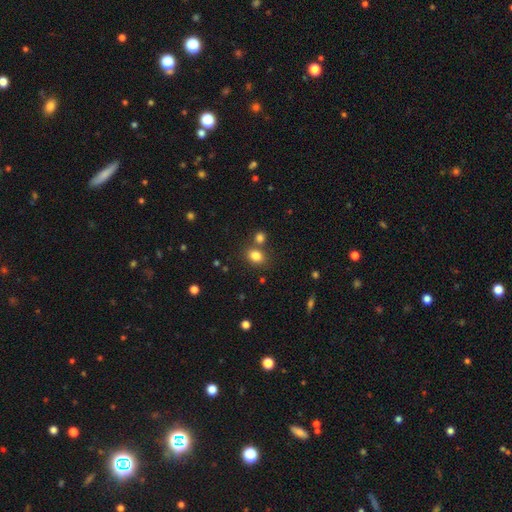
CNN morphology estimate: This is clearly a smooth galaxy (82%). How rounded: possibly in between (59%). Merging: likely none (66%).